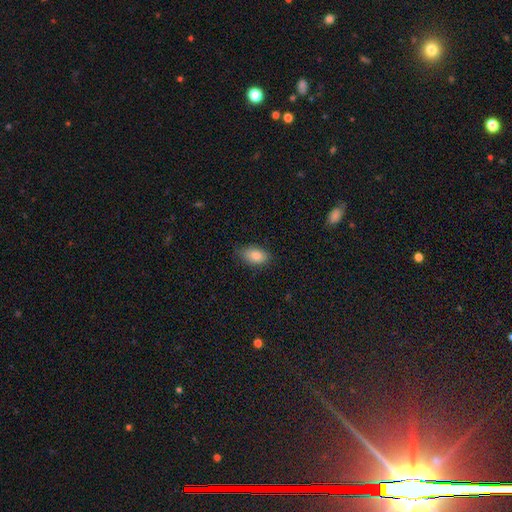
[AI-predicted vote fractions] Smooth or featured: smooth — 84% (star or artifact — 8%)
How rounded: in between — 89% (round — 9%)
Merging: none — 77% (minor disturbance — 19%)